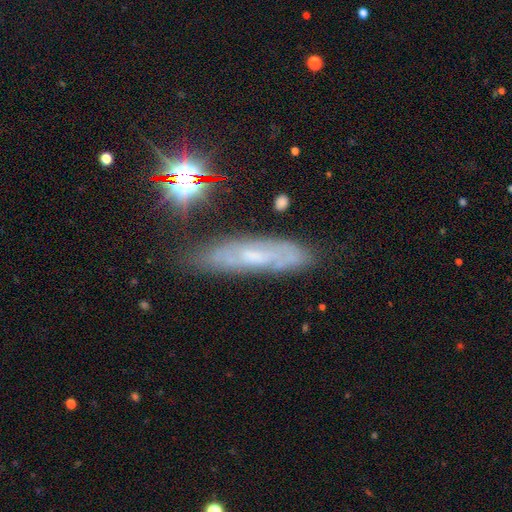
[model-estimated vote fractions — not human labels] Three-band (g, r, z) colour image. It shows a featured or disk galaxy (57%). Merging: none (74%).